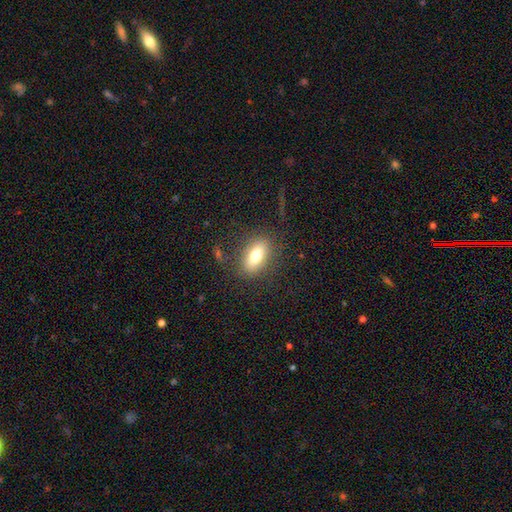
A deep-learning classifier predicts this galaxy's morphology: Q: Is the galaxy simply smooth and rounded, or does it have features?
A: smooth — 75%.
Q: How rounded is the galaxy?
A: in between — 85%.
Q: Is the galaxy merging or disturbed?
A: none — 81%.